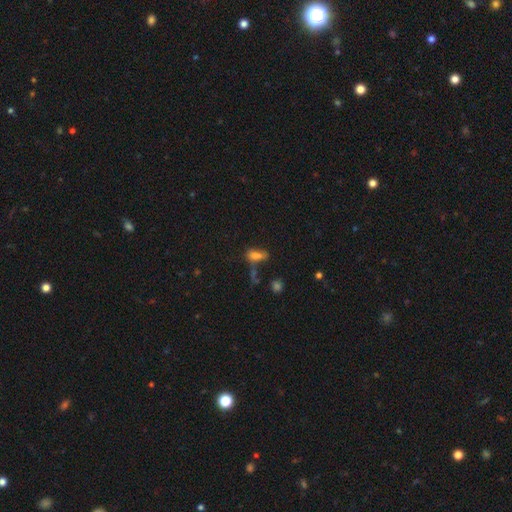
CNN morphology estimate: A smooth galaxy with no disk features (66%) that is in between round and cigar-shaped (74%).

Vote fractions:
- Smooth or featured? smooth: 66% / star or artifact: 18% / featured or disk: 16%
- How rounded? in between: 74% / cigar-shaped: 17% / round: 9%
- Merging? none: 37% / merger: 28% / minor disturbance: 18% / major disturbance: 17%